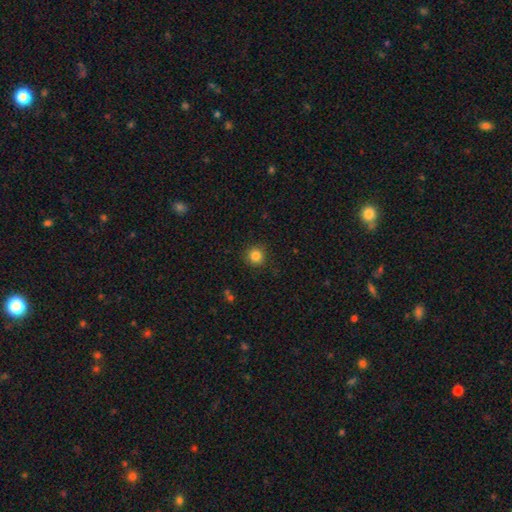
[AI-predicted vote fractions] Smooth or featured? Predicted: smooth (p=0.84). How rounded? Predicted: round (p=0.93). Merging? Predicted: none (p=0.89).